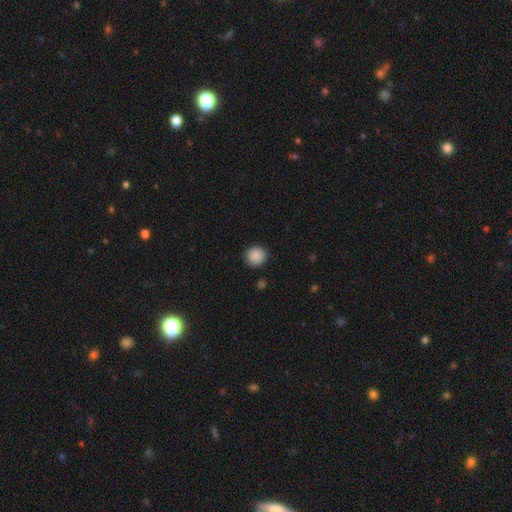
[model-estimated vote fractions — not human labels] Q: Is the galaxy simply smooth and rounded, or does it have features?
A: smooth — 89%.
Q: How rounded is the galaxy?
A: round — 92%.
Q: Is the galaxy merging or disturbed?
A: none — 91%.